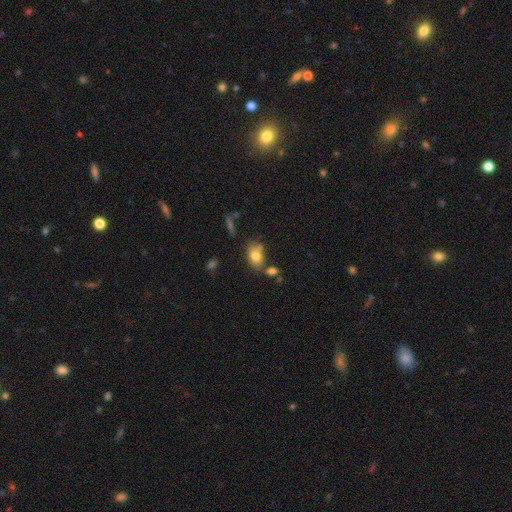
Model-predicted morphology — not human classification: Smooth or featured?
  - smooth: 77% *
  - featured or disk: 14%
  - star or artifact: 9%
How rounded?
  - in between: 82% *
  - round: 17%
  - cigar-shaped: 2%
Merging?
  - none: 61% *
  - merger: 18%
  - minor disturbance: 17%
  - major disturbance: 5%